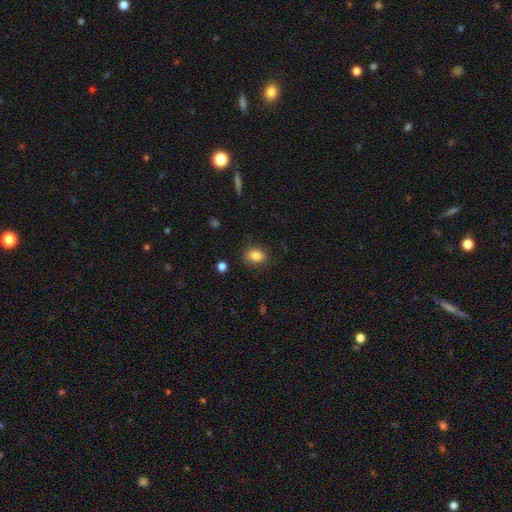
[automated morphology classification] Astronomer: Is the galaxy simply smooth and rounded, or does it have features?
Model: smooth — 85%.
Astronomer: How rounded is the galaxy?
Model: in between — 66%.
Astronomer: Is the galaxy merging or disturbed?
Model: none — 82%.